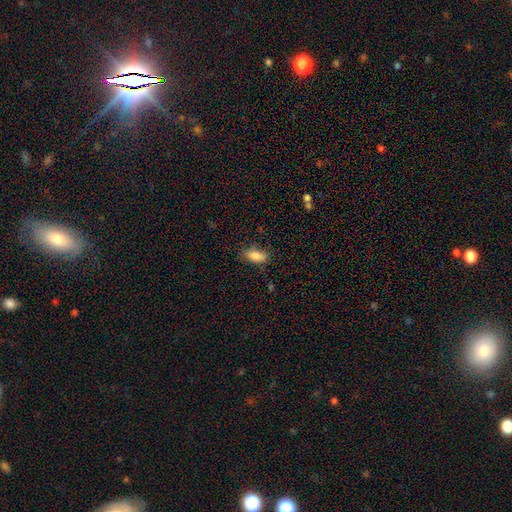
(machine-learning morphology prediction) The model was most divided on "merging": none: 82%, minor disturbance: 14%, major disturbance: 3%, merger: 1%. More confident: how rounded — in between (88%); smooth or featured — smooth (87%).